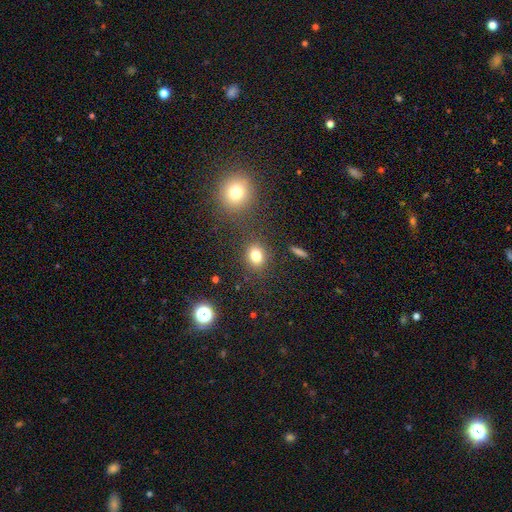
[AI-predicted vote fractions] smooth-or-featured: smooth: 79% | star or artifact: 14% | featured or disk: 7%
  how-rounded: round: 52% | in between: 47% | cigar-shaped: 1%
  merging: none: 82% | minor disturbance: 10% | merger: 5% | major disturbance: 4%